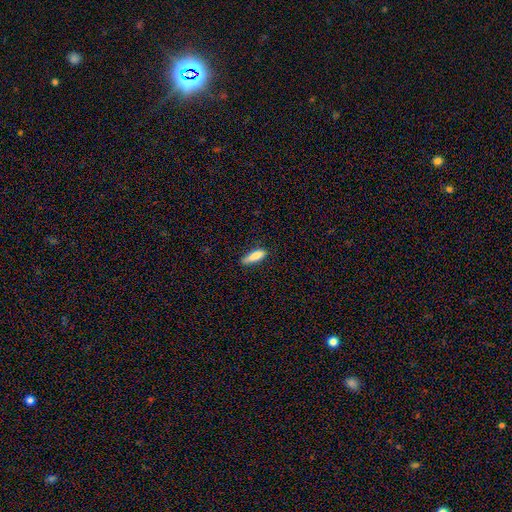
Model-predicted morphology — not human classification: smooth-or-featured: smooth: 83% | featured or disk: 10% | star or artifact: 6%
  how-rounded: in between: 50% | cigar-shaped: 48% | round: 2%
  merging: none: 71% | minor disturbance: 23% | major disturbance: 5% | merger: 2%